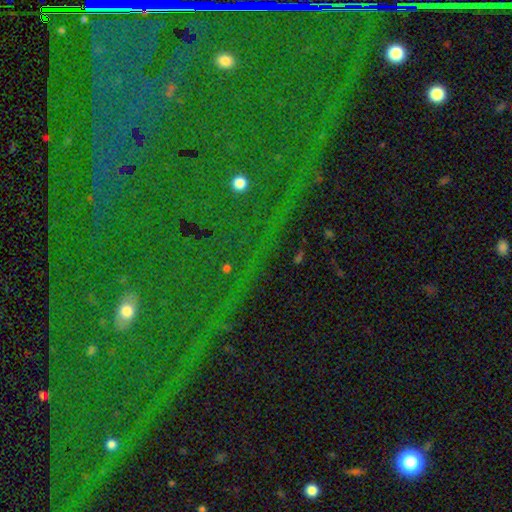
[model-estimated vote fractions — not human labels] The model was most divided on "smooth or featured": star or artifact: 80%, smooth: 10%, featured or disk: 10%.